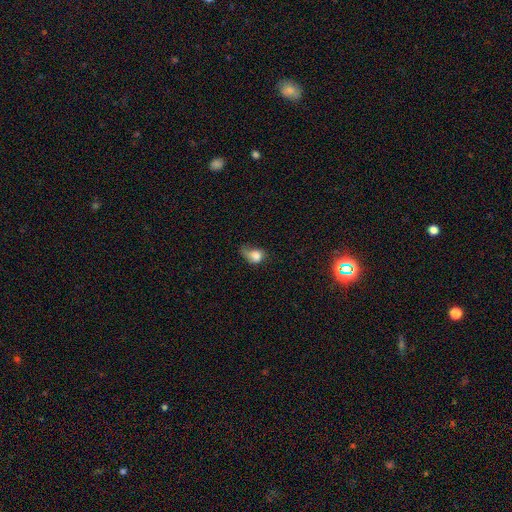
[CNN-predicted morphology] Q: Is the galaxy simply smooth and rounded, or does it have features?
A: smooth — 75%.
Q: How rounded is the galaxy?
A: in between — 62%.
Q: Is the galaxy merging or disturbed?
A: major disturbance — 37%.